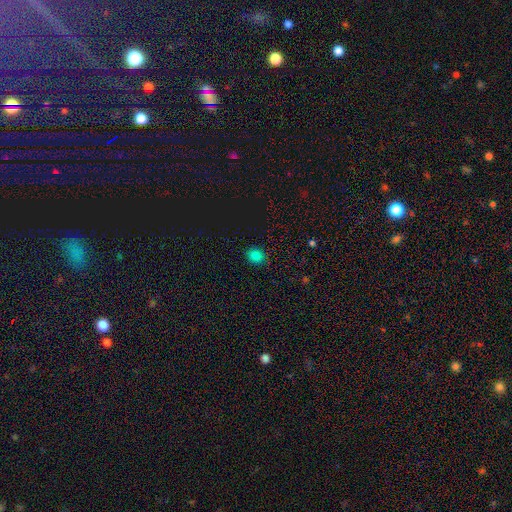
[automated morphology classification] Smooth or featured: smooth — 80% (star or artifact — 16%)
How rounded: round — 66% (in between — 33%)
Merging: none — 88% (minor disturbance — 9%)